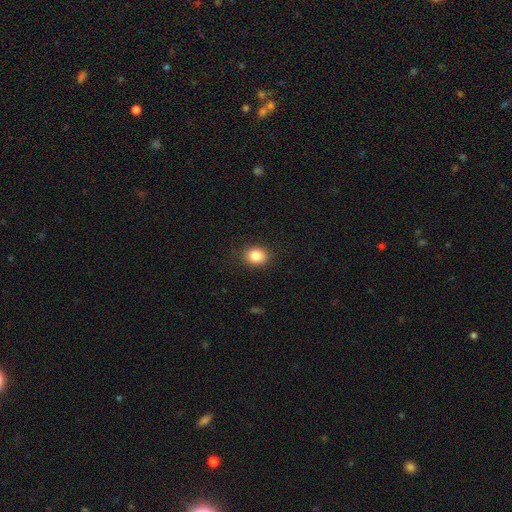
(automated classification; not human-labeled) Smooth or featured: smooth — 84% (star or artifact — 10%)
How rounded: round — 57% (in between — 42%)
Merging: none — 86% (minor disturbance — 10%)